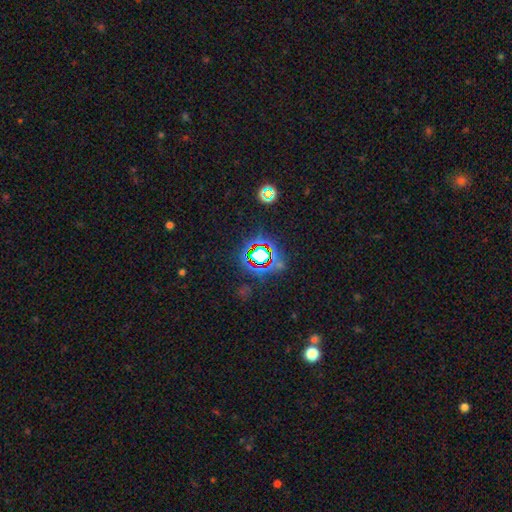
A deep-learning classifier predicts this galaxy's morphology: Q: Smooth or featured?
A: star or artifact (77%); runner-up: smooth (14%)